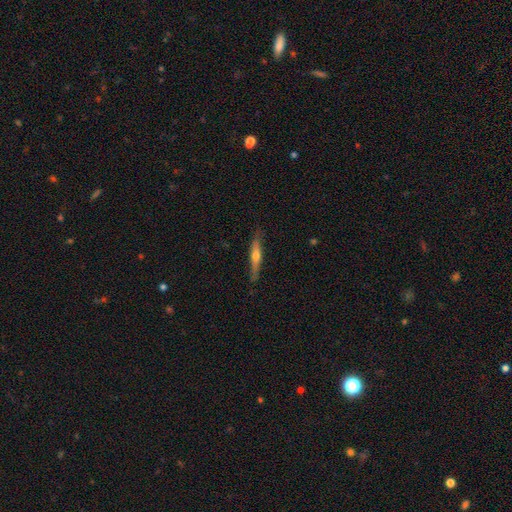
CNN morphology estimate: This is possibly a featured or disk galaxy (57%). It is clearly viewed edge-on (95%). Edge-on bulge: clearly rounded (86%). Merging: clearly none (81%).